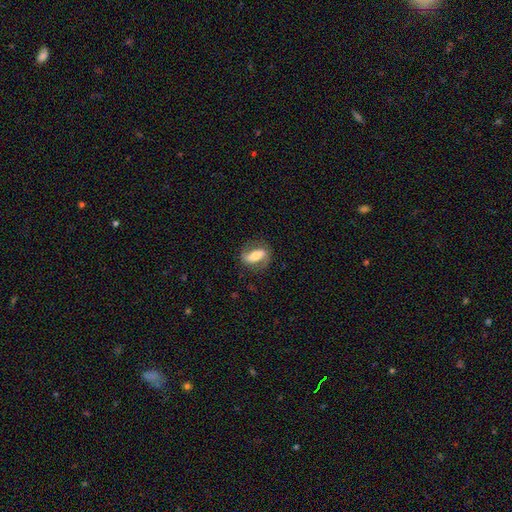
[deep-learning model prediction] Smooth or featured? featured or disk (55%)
Edge-on disk? no (84%)
Merging? none (76%)